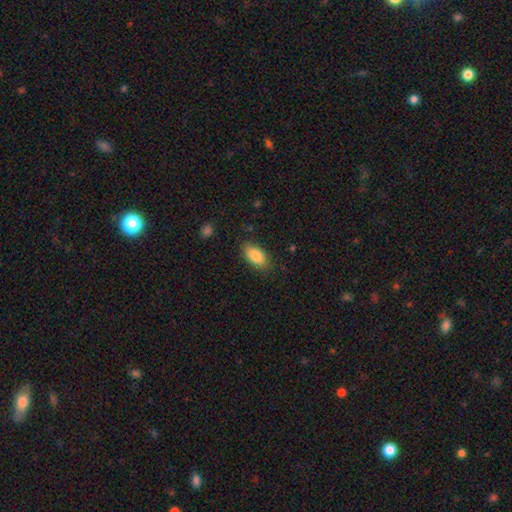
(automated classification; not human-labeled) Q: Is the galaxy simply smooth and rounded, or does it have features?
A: smooth — 86%.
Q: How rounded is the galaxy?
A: in between — 90%.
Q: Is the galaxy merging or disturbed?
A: none — 83%.